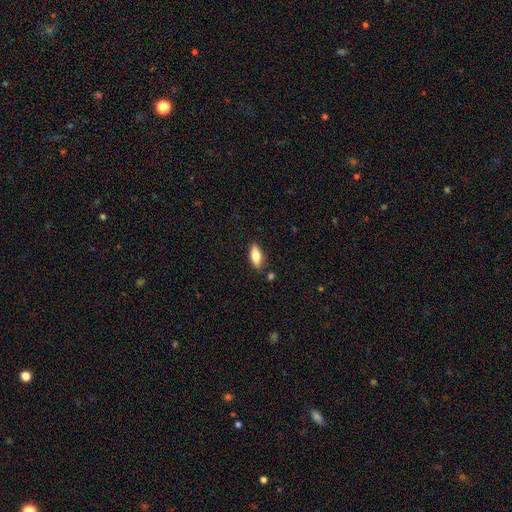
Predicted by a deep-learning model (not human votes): Q: Smooth or featured?
A: smooth (70%); runner-up: featured or disk (24%)
Q: How rounded?
A: in between (74%); runner-up: cigar-shaped (23%)
Q: Merging?
A: none (83%); runner-up: minor disturbance (11%)